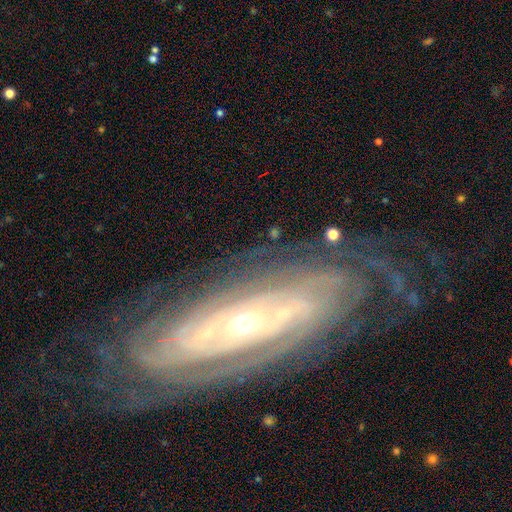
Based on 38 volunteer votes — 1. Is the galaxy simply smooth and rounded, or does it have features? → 92% featured or disk, 5% star or artifact, 3% smooth.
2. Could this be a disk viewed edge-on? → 86% no, 14% yes.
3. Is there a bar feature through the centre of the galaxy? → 43% no, 30% weak, 27% strong.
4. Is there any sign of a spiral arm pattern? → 93% yes, 7% no.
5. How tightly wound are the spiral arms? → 82% tight, 18% medium, 0% loose.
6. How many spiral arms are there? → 71% can't tell, 18% more than 4, 7% 2, 4% 3, 0% 1, 0% 4.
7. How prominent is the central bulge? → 53% moderate, 33% small, 7% dominant, 7% large, 0% none.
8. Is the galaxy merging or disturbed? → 83% none, 8% minor disturbance, 6% major disturbance, 3% merger.